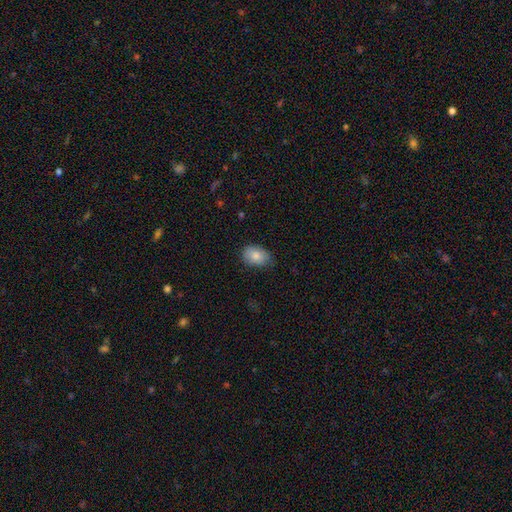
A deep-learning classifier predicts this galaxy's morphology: This appears to be a smooth galaxy with no disk features (84%) that is in between round and cigar-shaped (82%). Merging: none (74%).